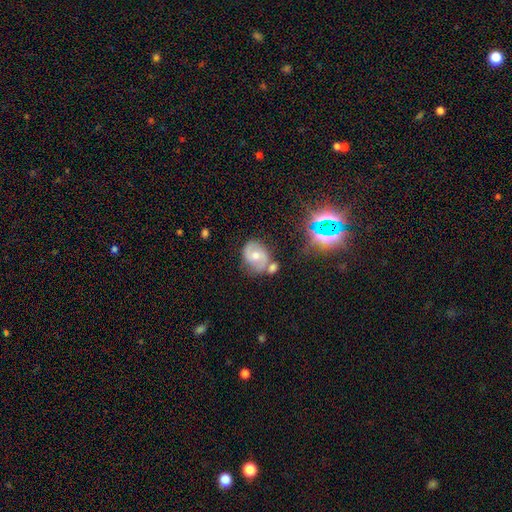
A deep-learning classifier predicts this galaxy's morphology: Smooth or featured?
  - featured or disk: 66% *
  - star or artifact: 17%
  - smooth: 17%
Edge-on disk?
  - no: 97% *
  - yes: 3%
Bar?
  - no: 53% *
  - weak: 36%
  - strong: 11%
Spiral arms?
  - yes: 89% *
  - no: 11%
Spiral winding?
  - medium: 48% *
  - tight: 37%
  - loose: 14%
Spiral arm count?
  - 2: 81% *
  - can't tell: 10%
  - 3: 4%
  - 1: 3%
  - 4: 1%
  - more than 4: 1%
Bulge size?
  - moderate: 63% *
  - small: 31%
  - large: 3%
  - none: 2%
  - dominant: 1%
Merging?
  - none: 67% *
  - minor disturbance: 17%
  - merger: 9%
  - major disturbance: 6%